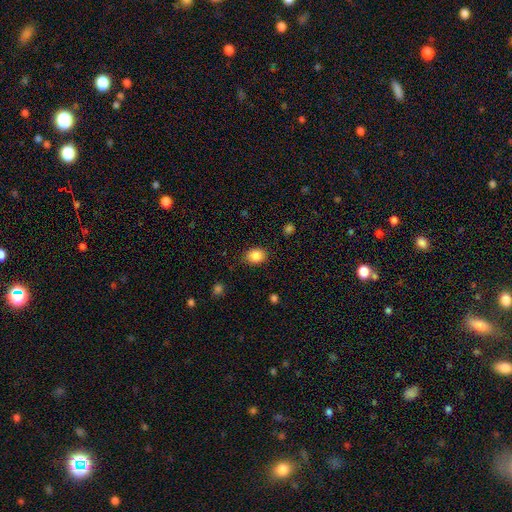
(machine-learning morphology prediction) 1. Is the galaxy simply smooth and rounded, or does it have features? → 86% smooth, 9% star or artifact, 5% featured or disk.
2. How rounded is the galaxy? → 54% in between, 45% round, 1% cigar-shaped.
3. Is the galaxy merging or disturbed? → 84% none, 12% minor disturbance, 3% major disturbance, 1% merger.